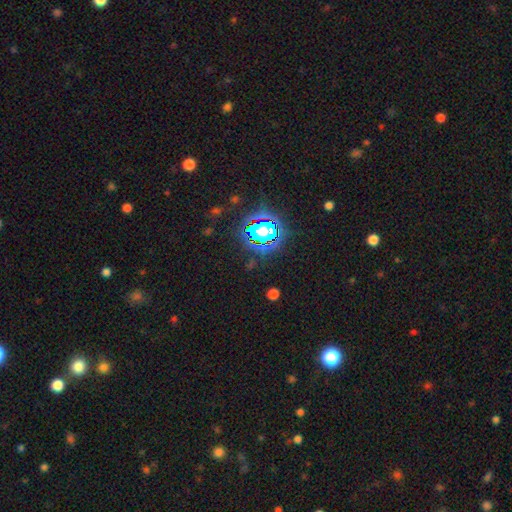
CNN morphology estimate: This is clearly a star or artifact rather than a galaxy (81%).